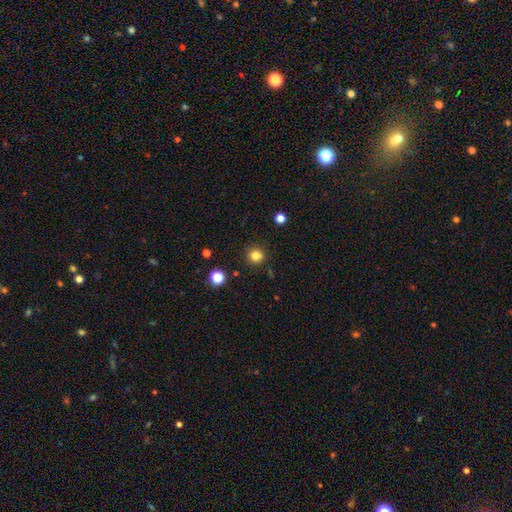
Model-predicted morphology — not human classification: Smooth or featured?
  - smooth: 82% *
  - star or artifact: 13%
  - featured or disk: 5%
How rounded?
  - round: 91% *
  - in between: 8%
  - cigar-shaped: 1%
Merging?
  - none: 87% *
  - minor disturbance: 8%
  - merger: 3%
  - major disturbance: 2%